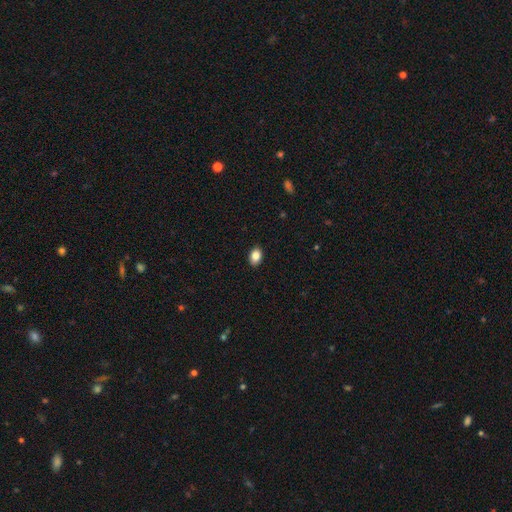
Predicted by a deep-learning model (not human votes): This appears to be a smooth galaxy with no disk features (86%) that is in between round and cigar-shaped (78%). Merging: none (89%).